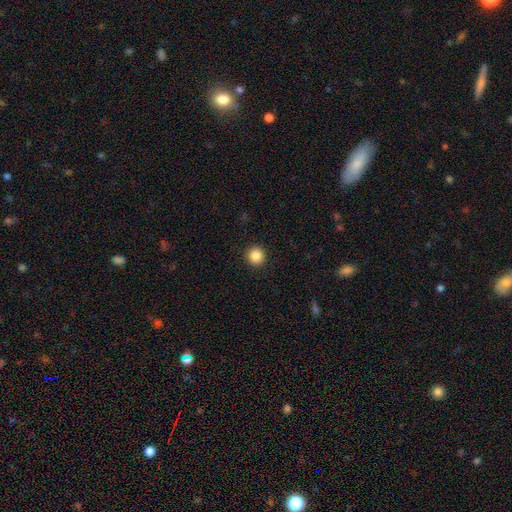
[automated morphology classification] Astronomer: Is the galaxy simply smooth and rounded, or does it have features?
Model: smooth — 87%.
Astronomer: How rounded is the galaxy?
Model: round — 95%.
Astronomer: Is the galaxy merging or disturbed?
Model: none — 93%.